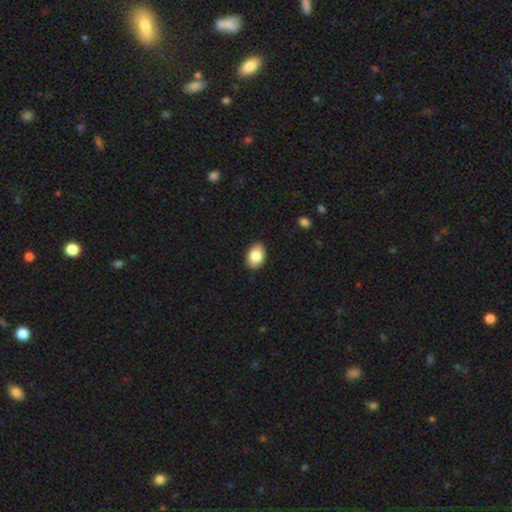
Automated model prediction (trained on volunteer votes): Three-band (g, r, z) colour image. It shows a smooth galaxy with no disk features (85%) that is in between round and cigar-shaped (83%). Merging: none (88%).